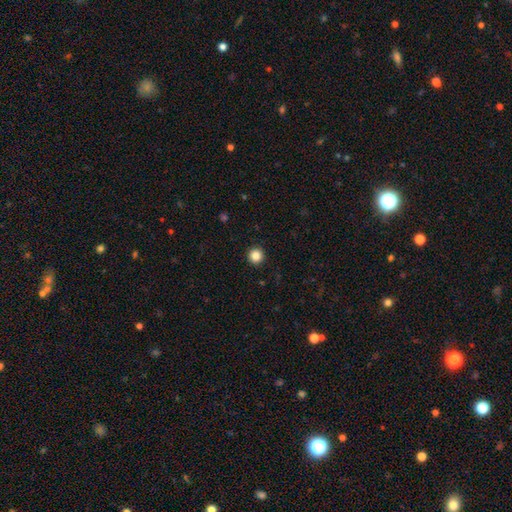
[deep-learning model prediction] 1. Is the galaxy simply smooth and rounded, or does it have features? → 85% smooth, 11% star or artifact, 4% featured or disk.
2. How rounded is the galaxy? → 96% round, 3% in between, 1% cigar-shaped.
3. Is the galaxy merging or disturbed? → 93% none, 4% minor disturbance, 2% major disturbance, 1% merger.